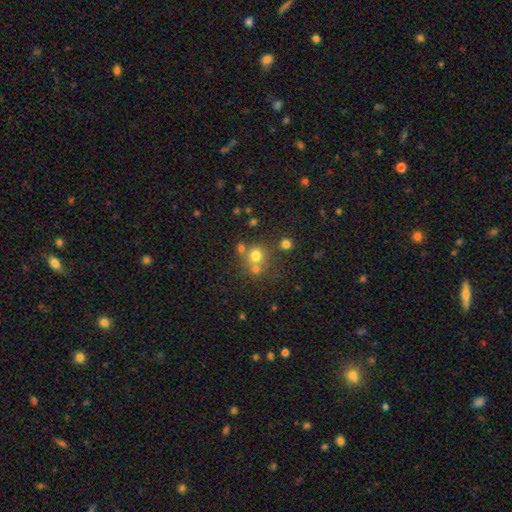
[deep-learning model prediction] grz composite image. It shows a smooth galaxy with no disk features (70%) that is round (88%). Merging: none (60%).